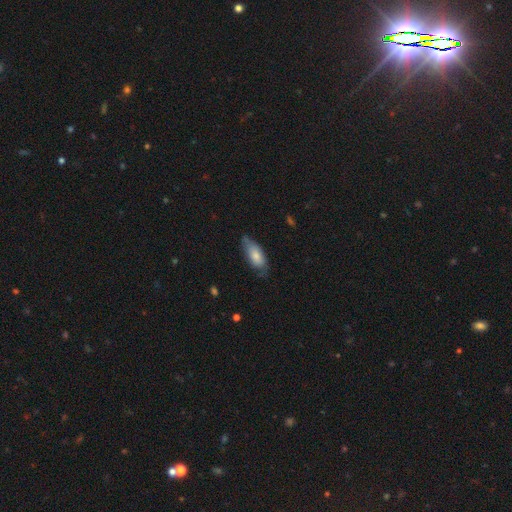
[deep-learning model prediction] smooth 68%, featured or disk 25%, star or artifact 6%. Down the decision tree: how rounded — in between (83%); merging — none (53%).